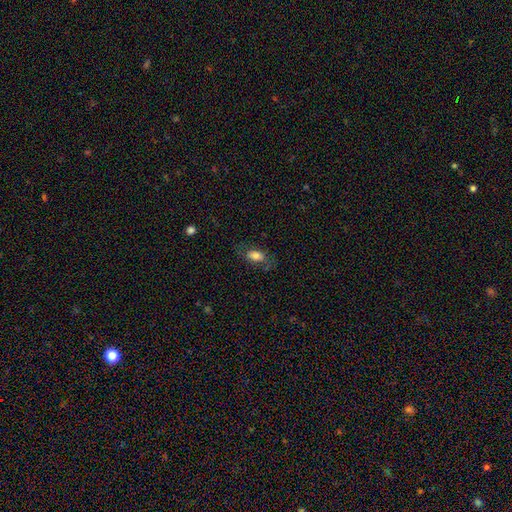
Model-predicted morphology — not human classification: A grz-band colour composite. It shows a smooth galaxy with no disk features (75%) that is in between round and cigar-shaped (88%). Merging: none (68%).